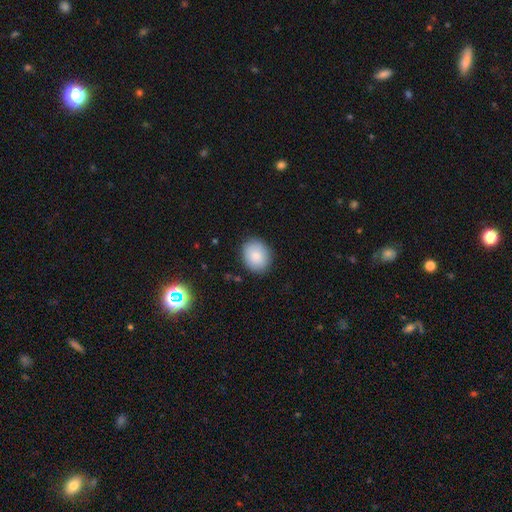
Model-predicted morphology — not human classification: A smooth galaxy with no disk features (85%) that is in between round and cigar-shaped (51%). Merging: none (85%).